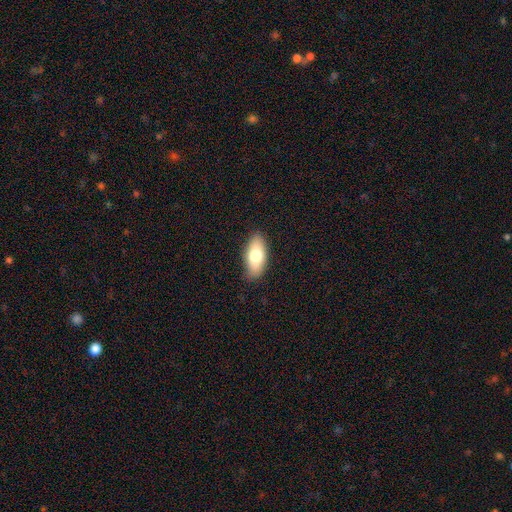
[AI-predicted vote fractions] A smooth galaxy with no disk features (74%) that is in between round and cigar-shaped (88%). Merging: none (86%).